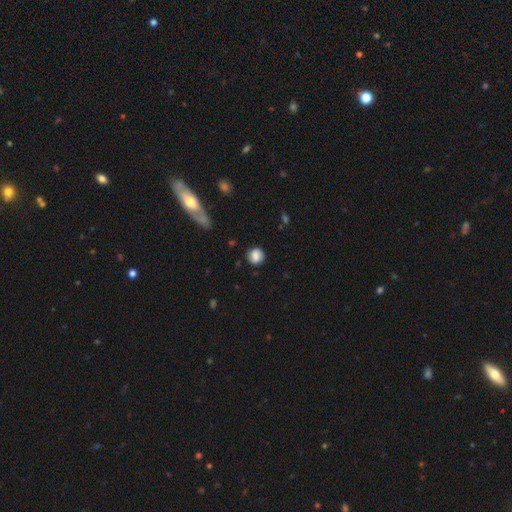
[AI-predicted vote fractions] Q: Smooth or featured?
A: smooth (78%); runner-up: featured or disk (14%)
Q: How rounded?
A: round (83%); runner-up: in between (16%)
Q: Merging?
A: none (80%); runner-up: minor disturbance (14%)